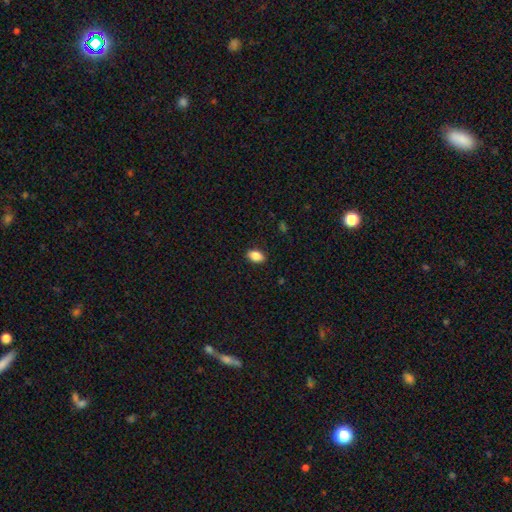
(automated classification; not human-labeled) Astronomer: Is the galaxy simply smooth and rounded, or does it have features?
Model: smooth — 87%.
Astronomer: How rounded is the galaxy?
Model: in between — 88%.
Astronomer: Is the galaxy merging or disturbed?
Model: none — 88%.